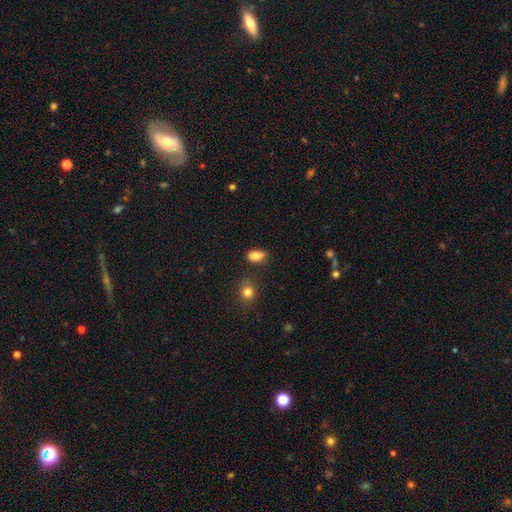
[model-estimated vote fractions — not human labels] Smooth or featured?
  - smooth: 83% *
  - star or artifact: 10%
  - featured or disk: 7%
How rounded?
  - in between: 85% *
  - round: 12%
  - cigar-shaped: 3%
Merging?
  - none: 68% *
  - minor disturbance: 22%
  - merger: 5%
  - major disturbance: 5%